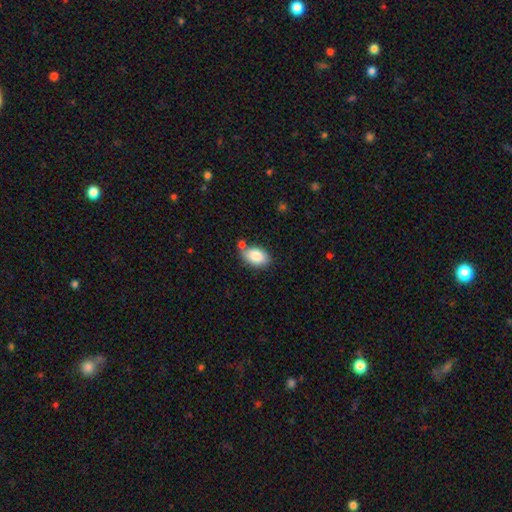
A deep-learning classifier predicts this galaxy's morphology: This appears to be a smooth galaxy with no disk features (84%) that is in between round and cigar-shaped (90%). Merging: none (65%).